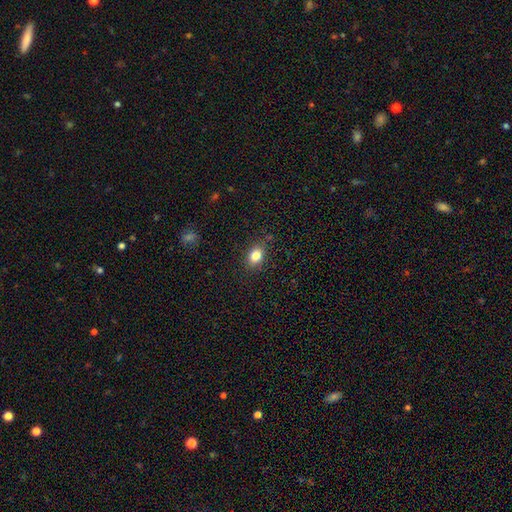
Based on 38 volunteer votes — smooth_or_featured: smooth (p=0.92) [alt: star or artifact p=0.05]
how_rounded: in between (p=0.77) [alt: round p=0.20]
merging: none (p=0.94) [alt: minor disturbance p=0.06]